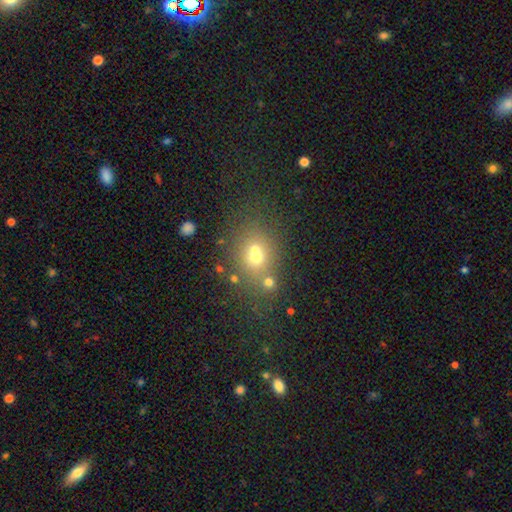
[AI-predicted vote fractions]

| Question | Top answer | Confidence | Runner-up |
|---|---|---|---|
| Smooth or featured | smooth | 59% | star or artifact (21%) |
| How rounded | round | 58% | in between (41%) |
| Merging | none | 49% | merger (36%) |